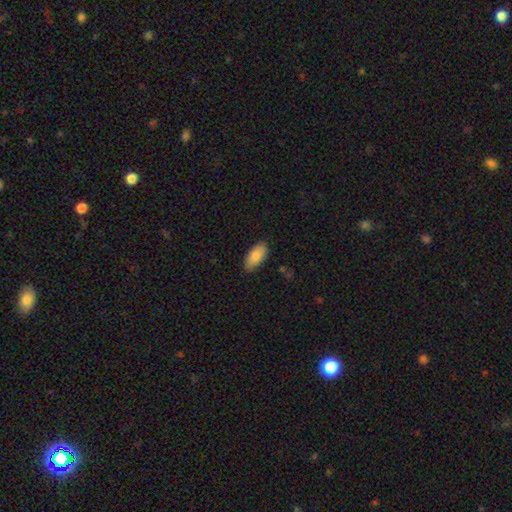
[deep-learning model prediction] The model was most divided on "merging": none: 84%, minor disturbance: 12%, major disturbance: 2%, merger: 1%. More confident: how rounded — in between (91%); smooth or featured — smooth (86%).